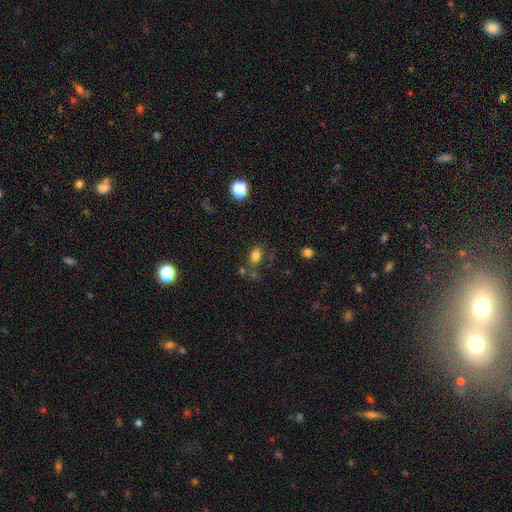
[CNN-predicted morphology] smooth_or_featured: smooth (p=0.80) [alt: star or artifact p=0.12]
how_rounded: in between (p=0.83) [alt: round p=0.15]
merging: none (p=0.64) [alt: minor disturbance p=0.16]